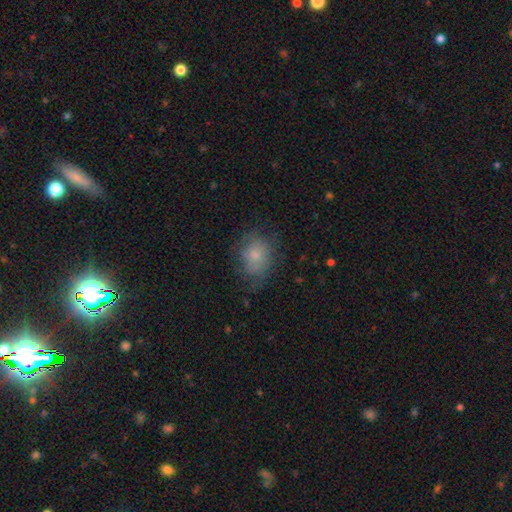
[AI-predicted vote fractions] A smooth galaxy with no disk features (72%) that is round (53%). Merging: none (60%).